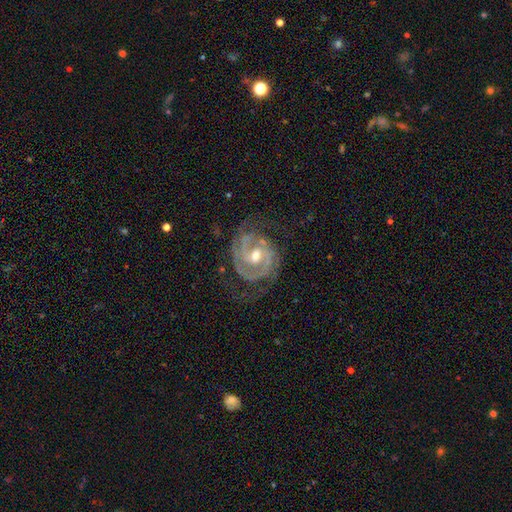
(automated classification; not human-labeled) This is clearly a featured or disk galaxy (91%). It is clearly not viewed edge-on (97%). Bar: possibly weak (45%). Spiral arm pattern: clearly yes (97%). Spiral arm count: likely 2 (61%). Spiral winding: possibly tight (59%). Central bulge: likely moderate (70%). Merging: likely none (68%).